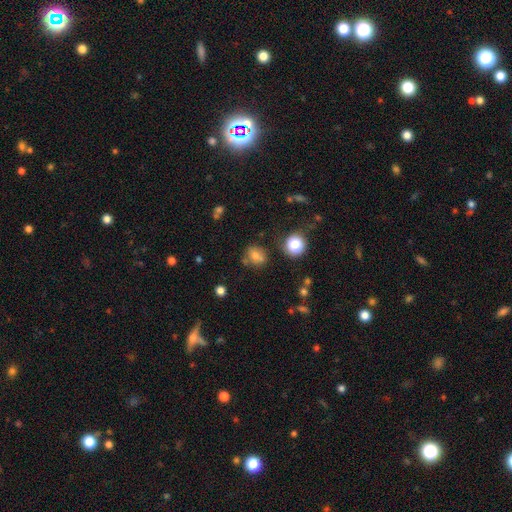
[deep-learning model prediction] A smooth galaxy with no disk features (70%) that is round (67%).

Vote fractions:
- Smooth or featured? smooth: 70% / star or artifact: 16% / featured or disk: 13%
- How rounded? round: 67% / in between: 32% / cigar-shaped: 1%
- Merging? none: 69% / minor disturbance: 14% / merger: 12% / major disturbance: 5%